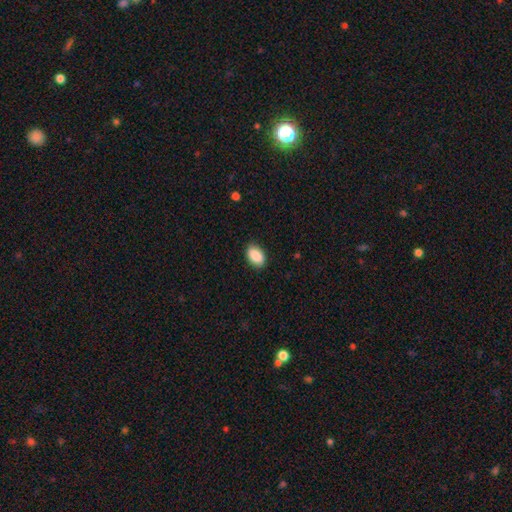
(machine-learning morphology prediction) Smooth or featured?
  - smooth: 89% *
  - star or artifact: 7%
  - featured or disk: 4%
How rounded?
  - in between: 90% *
  - round: 8%
  - cigar-shaped: 1%
Merging?
  - none: 87% *
  - minor disturbance: 10%
  - major disturbance: 2%
  - merger: 1%